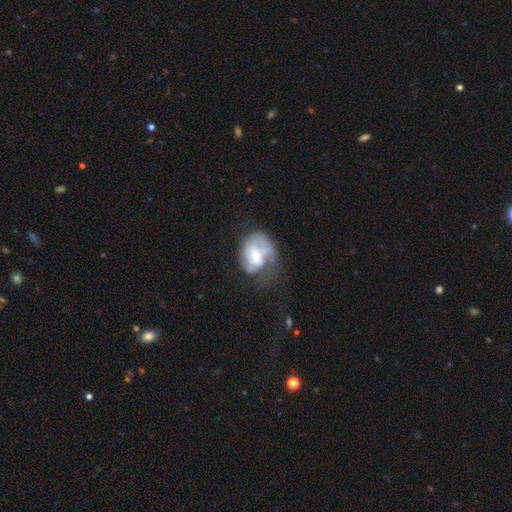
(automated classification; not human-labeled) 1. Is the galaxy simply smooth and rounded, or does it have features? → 56% featured or disk, 36% smooth, 7% star or artifact.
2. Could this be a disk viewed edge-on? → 97% no, 3% yes.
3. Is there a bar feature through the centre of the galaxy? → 53% no, 37% weak, 10% strong.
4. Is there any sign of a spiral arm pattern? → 61% yes, 39% no.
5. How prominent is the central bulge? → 50% moderate, 41% small, 5% large, 3% none, 1% dominant.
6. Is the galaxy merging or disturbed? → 34% major disturbance, 33% none, 28% minor disturbance, 5% merger.